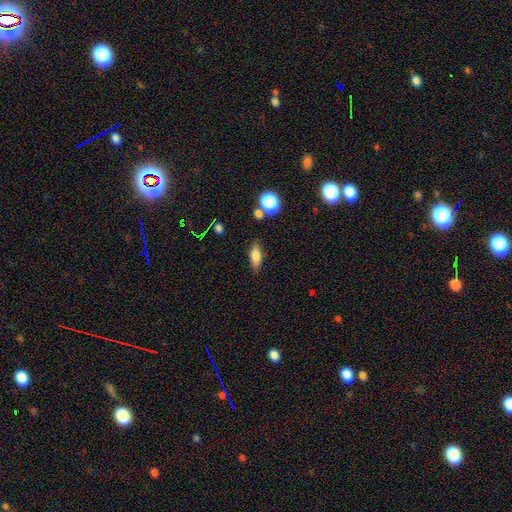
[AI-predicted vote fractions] Smooth or featured? Predicted: smooth (p=0.74). How rounded? Predicted: in between (p=0.65). Merging? Predicted: none (p=0.81).